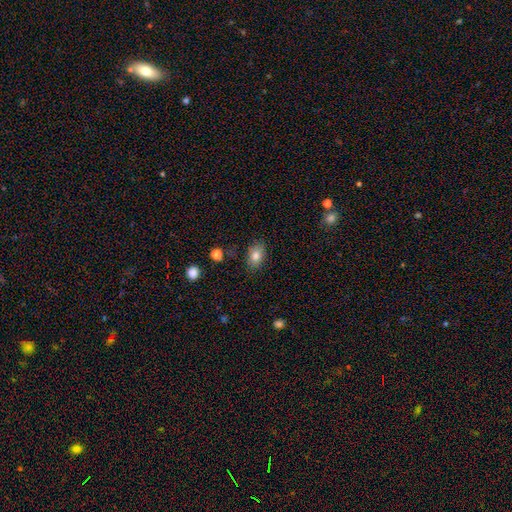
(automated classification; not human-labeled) The model was most divided on "how rounded": in between: 83%, round: 16%, cigar-shaped: 2%. More confident: merging — none (82%); smooth or featured — smooth (81%).